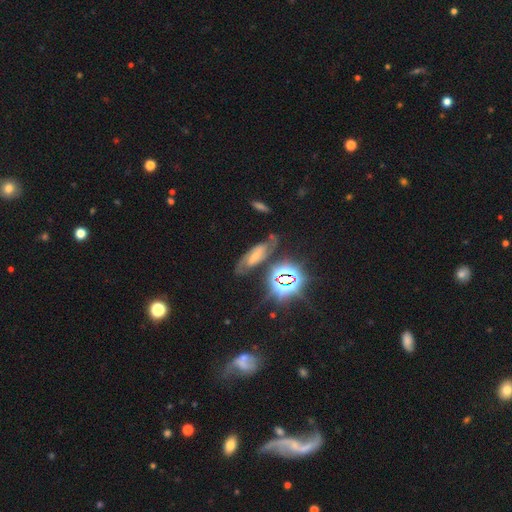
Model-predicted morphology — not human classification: Smooth or featured? Predicted: featured or disk (p=0.54). Edge-on disk? Predicted: no (p=0.89). Merging? Predicted: none (p=0.68).